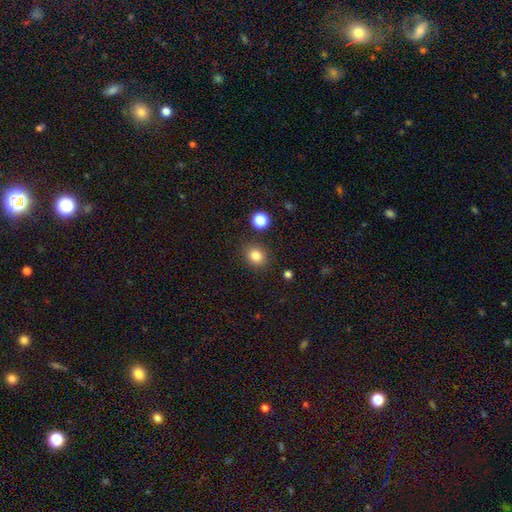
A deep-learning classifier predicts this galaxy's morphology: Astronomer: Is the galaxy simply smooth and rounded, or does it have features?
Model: smooth — 83%.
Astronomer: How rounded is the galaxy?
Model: round — 70%.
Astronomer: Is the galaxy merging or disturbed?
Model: none — 86%.